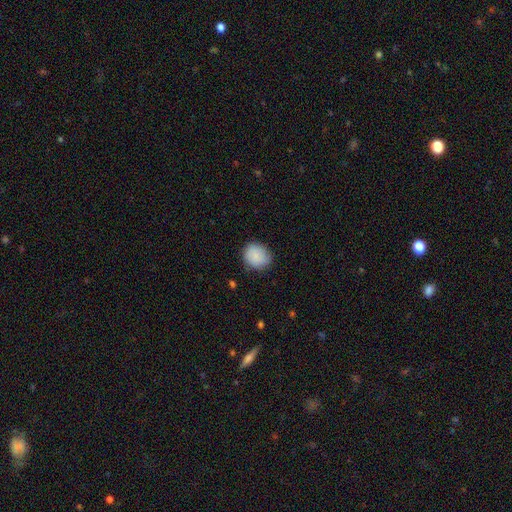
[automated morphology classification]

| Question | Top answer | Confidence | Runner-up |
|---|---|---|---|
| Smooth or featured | smooth | 86% | star or artifact (7%) |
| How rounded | round | 71% | in between (28%) |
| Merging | none | 80% | minor disturbance (16%) |